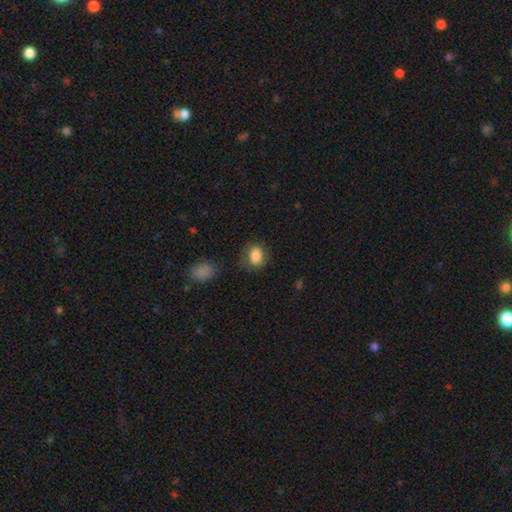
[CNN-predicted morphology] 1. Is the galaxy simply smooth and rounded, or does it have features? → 83% smooth, 9% featured or disk, 8% star or artifact.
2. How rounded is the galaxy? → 62% in between, 37% round, 1% cigar-shaped.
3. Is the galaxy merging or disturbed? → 66% none, 22% minor disturbance, 9% major disturbance, 3% merger.